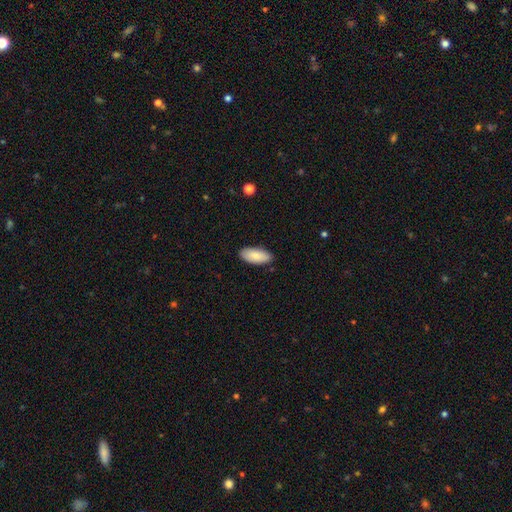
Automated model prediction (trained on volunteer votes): Smooth or featured?
  - smooth: 83% *
  - featured or disk: 11%
  - star or artifact: 6%
How rounded?
  - in between: 90% *
  - cigar-shaped: 8%
  - round: 2%
Merging?
  - none: 86% *
  - minor disturbance: 11%
  - major disturbance: 2%
  - merger: 1%